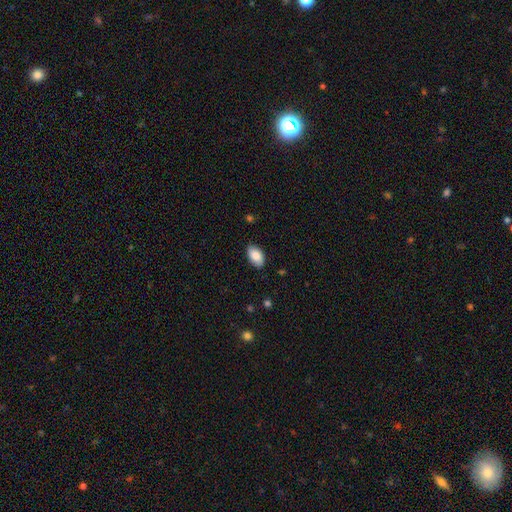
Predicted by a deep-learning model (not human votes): Q: Smooth or featured?
A: smooth (87%); runner-up: featured or disk (7%)
Q: How rounded?
A: in between (94%); runner-up: round (5%)
Q: Merging?
A: none (83%); runner-up: minor disturbance (13%)